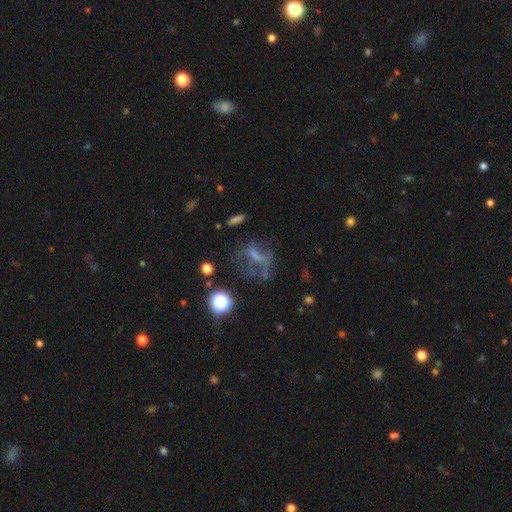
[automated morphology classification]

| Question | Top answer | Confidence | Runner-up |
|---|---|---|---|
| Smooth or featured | featured or disk | 42% | smooth (29%) |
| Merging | none | 40% | major disturbance (36%) |